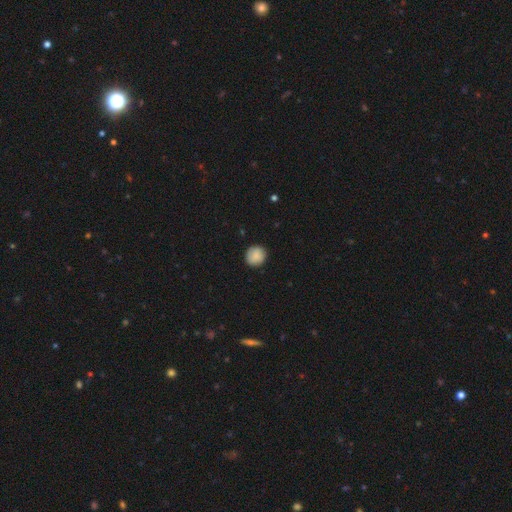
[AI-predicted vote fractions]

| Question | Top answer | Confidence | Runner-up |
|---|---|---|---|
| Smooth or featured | smooth | 88% | star or artifact (7%) |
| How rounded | round | 89% | in between (10%) |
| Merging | none | 87% | minor disturbance (10%) |